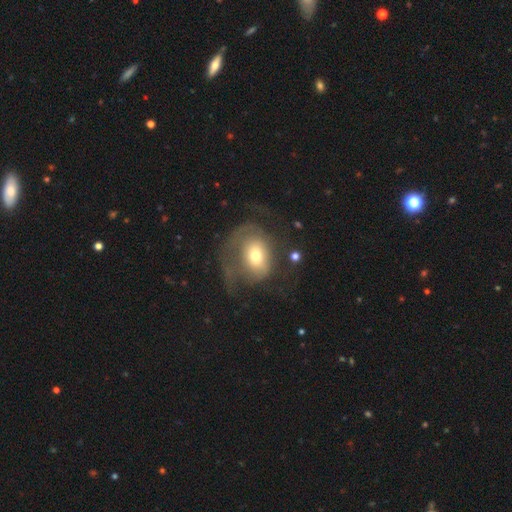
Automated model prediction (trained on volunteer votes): Overall: featured or disk (49%; smooth 43%). Merging: major disturbance (47%; none 30%).